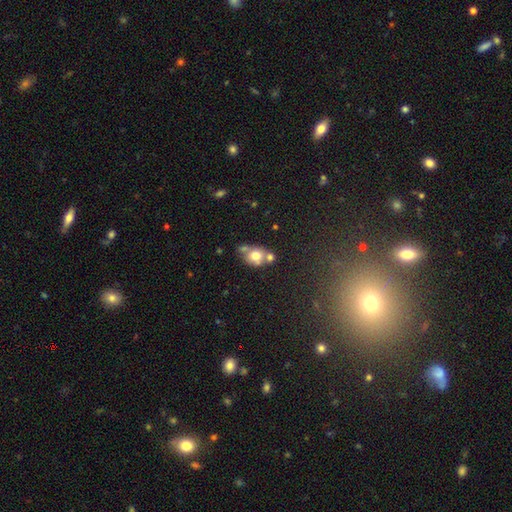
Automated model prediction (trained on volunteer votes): Morphology: type=smooth (67%); roundness=round (57%); merging=none (45%).